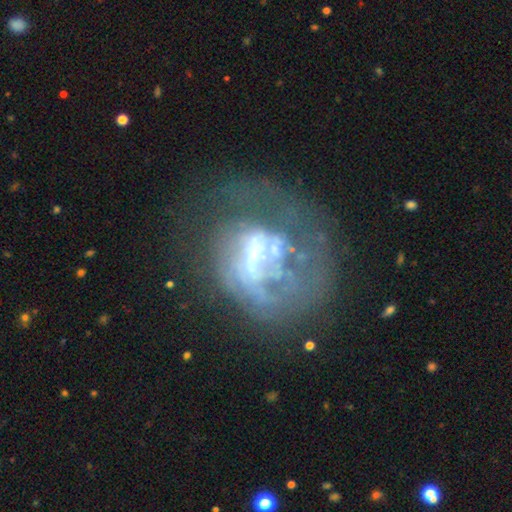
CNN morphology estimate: This is likely a featured or disk galaxy (71%). It is clearly not viewed edge-on (97%). Bar: possibly no (49%). Spiral arm pattern: possibly no (51%). Central bulge: marginally moderate (31%). Merging: marginally major disturbance (44%).